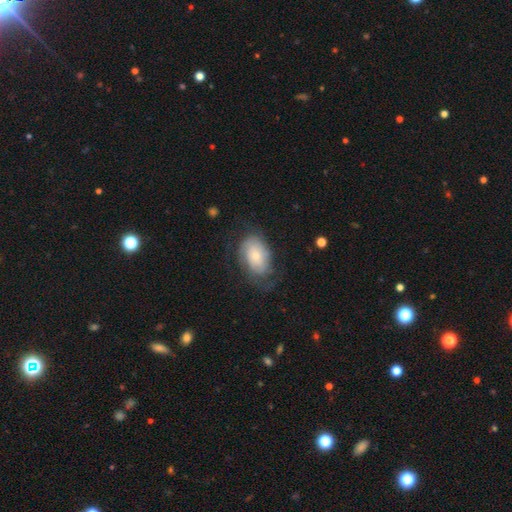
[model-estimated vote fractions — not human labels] The model was most divided on "smooth or featured": featured or disk: 47%, smooth: 46%, star or artifact: 7%. More confident: merging — none (56%).